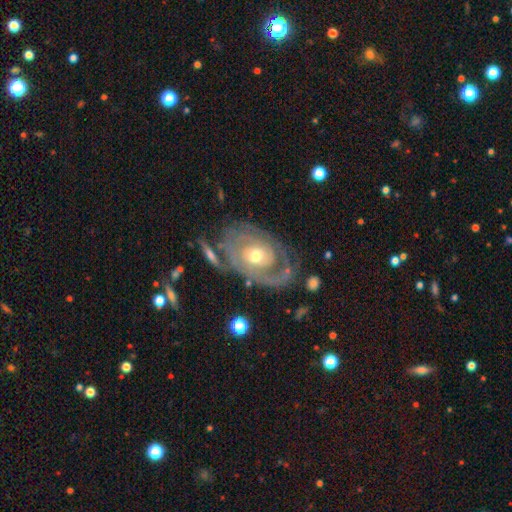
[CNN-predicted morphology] Q: Smooth or featured?
A: featured or disk (84%); runner-up: smooth (11%)
Q: Edge-on disk?
A: no (96%); runner-up: yes (4%)
Q: Bar?
A: no (68%); runner-up: weak (25%)
Q: Spiral arms?
A: yes (87%); runner-up: no (13%)
Q: Spiral winding?
A: tight (66%); runner-up: medium (26%)
Q: Spiral arm count?
A: 2 (38%); runner-up: can't tell (29%)
Q: Bulge size?
A: moderate (65%); runner-up: small (28%)
Q: Merging?
A: none (62%); runner-up: minor disturbance (19%)